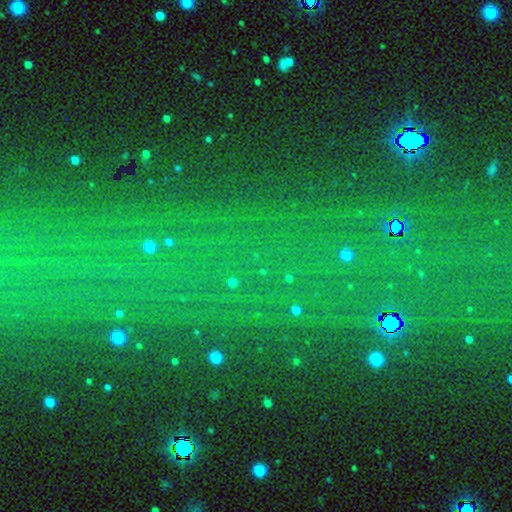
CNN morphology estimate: A star or artifact, not a galaxy (80%).